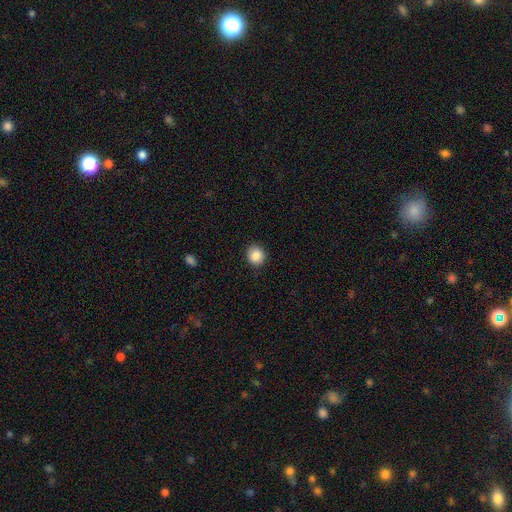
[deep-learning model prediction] Smooth or featured?
  - smooth: 86% *
  - star or artifact: 9%
  - featured or disk: 5%
How rounded?
  - round: 82% *
  - in between: 17%
  - cigar-shaped: 1%
Merging?
  - none: 90% *
  - minor disturbance: 7%
  - major disturbance: 2%
  - merger: 1%